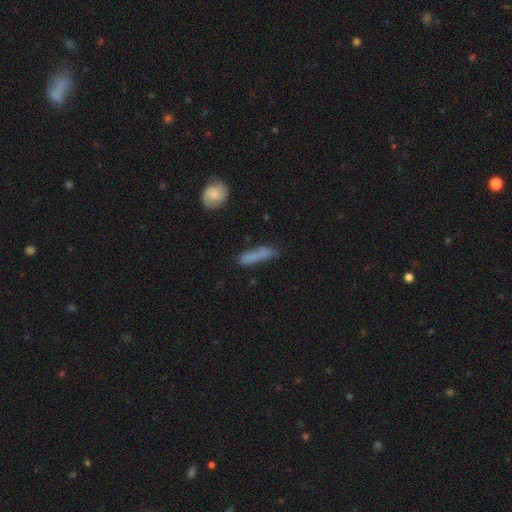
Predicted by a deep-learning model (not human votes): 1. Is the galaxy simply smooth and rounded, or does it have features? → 76% smooth, 16% featured or disk, 8% star or artifact.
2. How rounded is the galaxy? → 86% cigar-shaped, 12% in between, 2% round.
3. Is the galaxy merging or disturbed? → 71% none, 20% minor disturbance, 6% major disturbance, 4% merger.